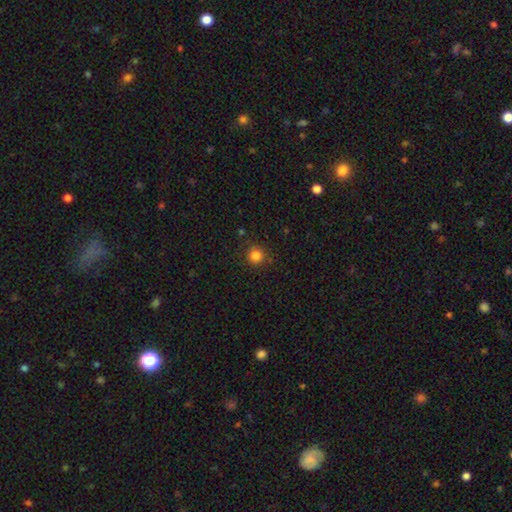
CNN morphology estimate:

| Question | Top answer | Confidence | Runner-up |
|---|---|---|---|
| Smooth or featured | smooth | 83% | star or artifact (13%) |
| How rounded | round | 94% | in between (5%) |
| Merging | none | 87% | minor disturbance (8%) |